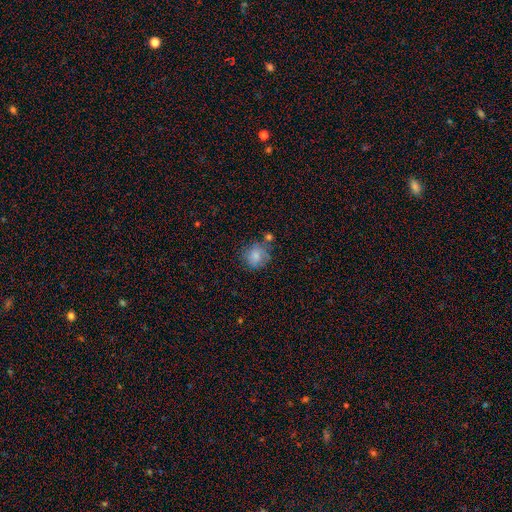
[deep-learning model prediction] This appears to be a smooth galaxy with no disk features (76%) that is round (80%). Merging: none (61%).